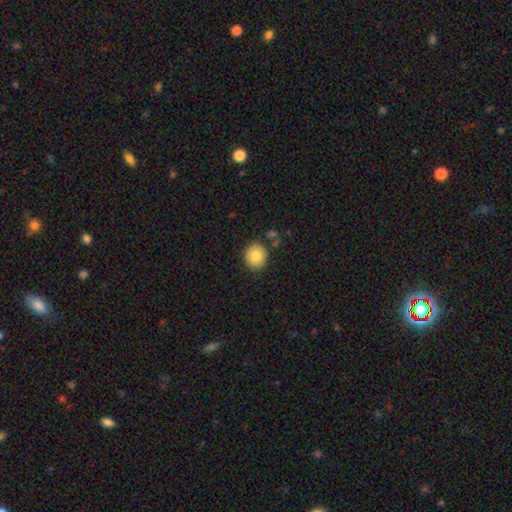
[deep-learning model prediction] The model was most divided on "how rounded": round: 83%, in between: 16%, cigar-shaped: 1%. More confident: smooth or featured — smooth (85%); merging — none (83%).